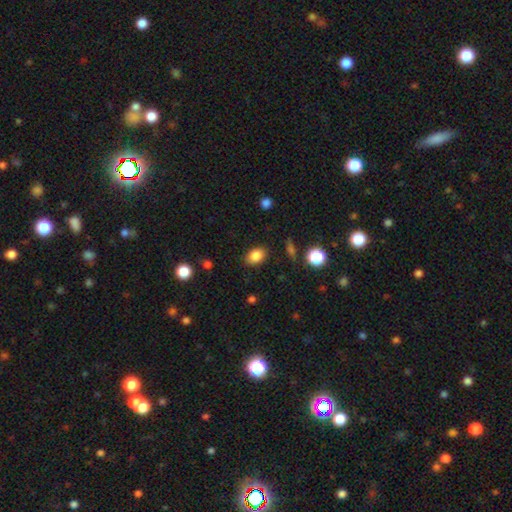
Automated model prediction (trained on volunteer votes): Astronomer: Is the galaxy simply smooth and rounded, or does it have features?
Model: smooth — 85%.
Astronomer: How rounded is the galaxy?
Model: in between — 76%.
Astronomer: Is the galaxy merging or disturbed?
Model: none — 85%.